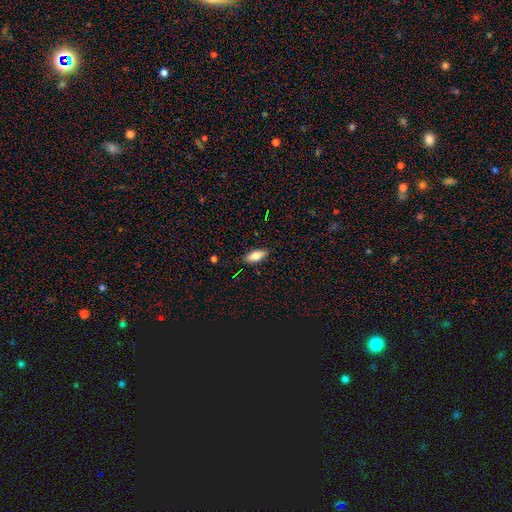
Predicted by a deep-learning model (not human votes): Smooth or featured: smooth — 81% (featured or disk — 12%)
How rounded: in between — 79% (cigar-shaped — 19%)
Merging: none — 86% (minor disturbance — 10%)